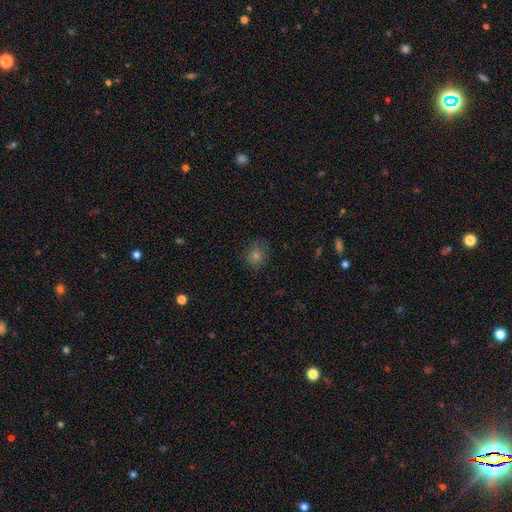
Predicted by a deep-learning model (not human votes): smooth-or-featured: smooth: 65% | star or artifact: 23% | featured or disk: 12%
  how-rounded: round: 79% | in between: 20% | cigar-shaped: 1%
  merging: none: 82% | minor disturbance: 13% | major disturbance: 4% | merger: 1%